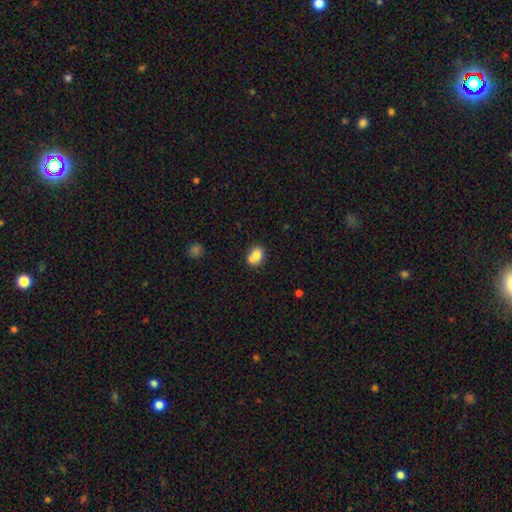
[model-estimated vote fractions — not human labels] Overall: smooth (77%). How rounded: round (51%; in between 48%). Merging: none (44%; merger 36%).